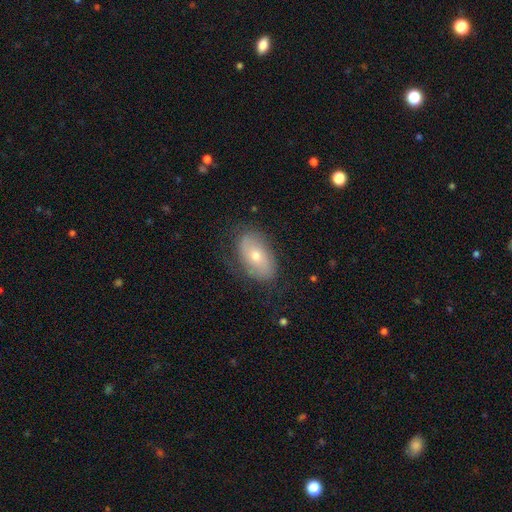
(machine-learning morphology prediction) A featured or disk galaxy (46%, tied with smooth). Merging: none (70%).